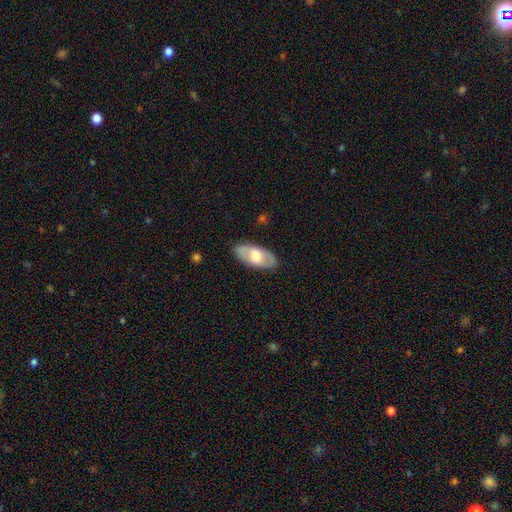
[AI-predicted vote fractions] Smooth or featured: smooth — 52% (featured or disk — 42%)
How rounded: in between — 90% (cigar-shaped — 7%)
Merging: none — 85% (minor disturbance — 11%)